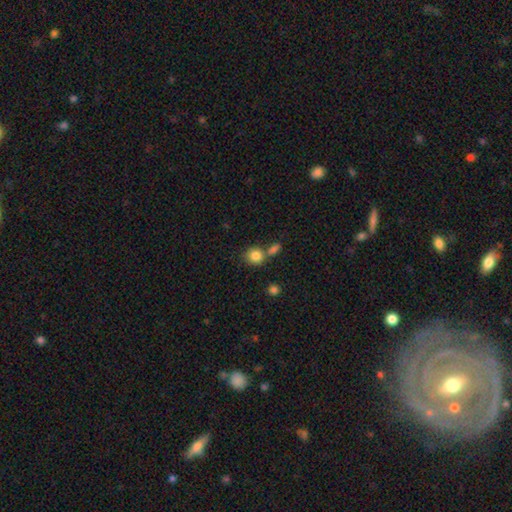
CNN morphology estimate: smooth-or-featured: smooth: 84% | star or artifact: 9% | featured or disk: 7%
  how-rounded: round: 79% | in between: 20% | cigar-shaped: 1%
  merging: none: 56% | merger: 30% | minor disturbance: 10% | major disturbance: 4%